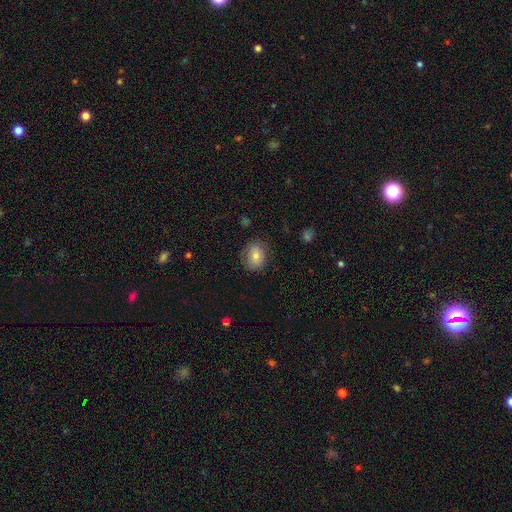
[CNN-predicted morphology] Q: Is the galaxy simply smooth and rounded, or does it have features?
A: smooth — 72%.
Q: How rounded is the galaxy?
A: in between — 54%.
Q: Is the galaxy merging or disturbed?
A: none — 76%.